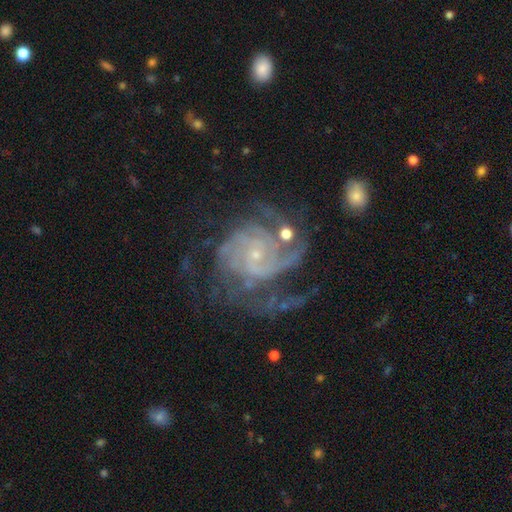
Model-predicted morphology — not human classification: type=featured or disk (89%); edge-on=no (98%); bar=no (68%); spiral arms=yes (97%); winding=tight (57%); arm count=3 (25%); bulge=small (84%); merging=none (50%).